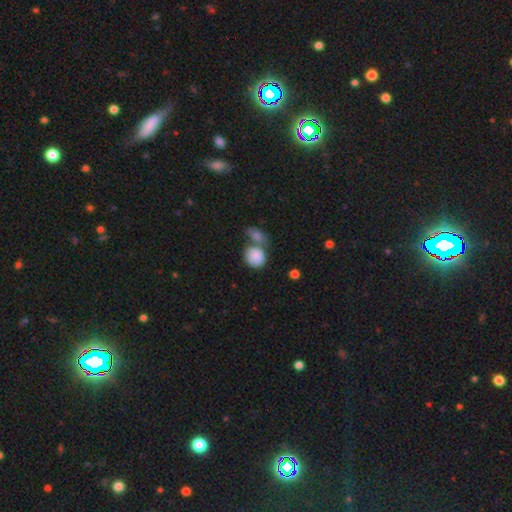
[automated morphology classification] Smooth or featured: smooth — 86% (featured or disk — 7%)
How rounded: round — 70% (in between — 29%)
Merging: merger — 47% (none — 36%)